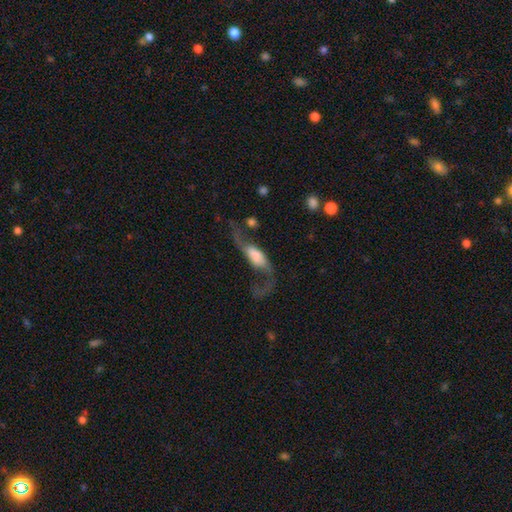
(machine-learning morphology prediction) A featured or disk galaxy (71%) with no bar (46%), 2 (88%) loose (89%) spiral arms (89%) and a large central bulge (33%). Merging: none (46%).